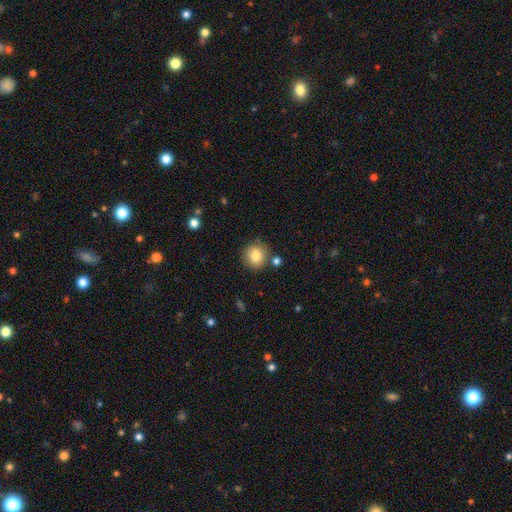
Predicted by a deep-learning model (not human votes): smooth_or_featured: smooth (p=0.82) [alt: star or artifact p=0.10]
how_rounded: round (p=0.91) [alt: in between p=0.08]
merging: none (p=0.83) [alt: minor disturbance p=0.09]